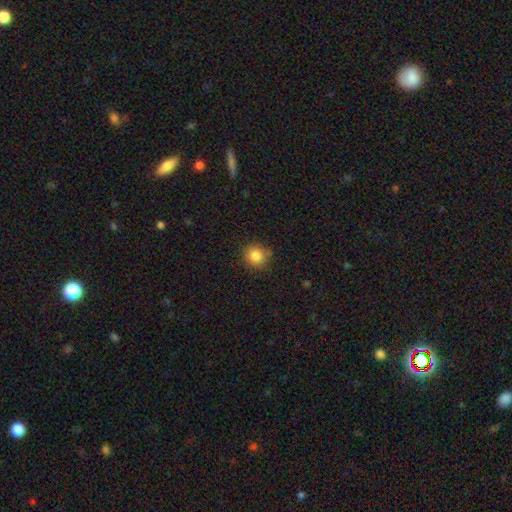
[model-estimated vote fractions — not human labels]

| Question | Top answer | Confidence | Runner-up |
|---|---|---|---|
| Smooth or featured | smooth | 83% | star or artifact (11%) |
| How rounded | round | 91% | in between (8%) |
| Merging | none | 82% | minor disturbance (13%) |